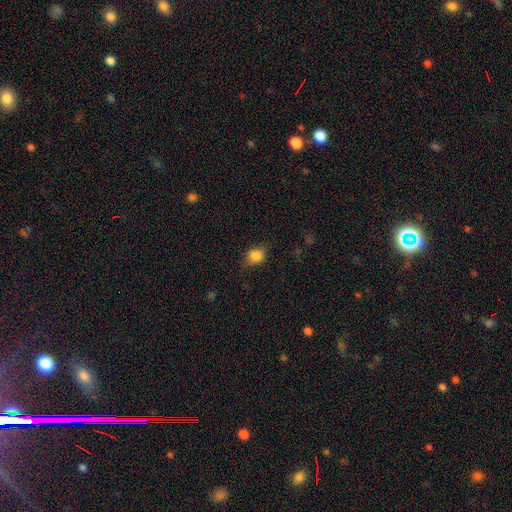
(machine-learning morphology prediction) smooth 84%, star or artifact 10%, featured or disk 6%. Down the decision tree: how rounded — round (54%); merging — none (75%).